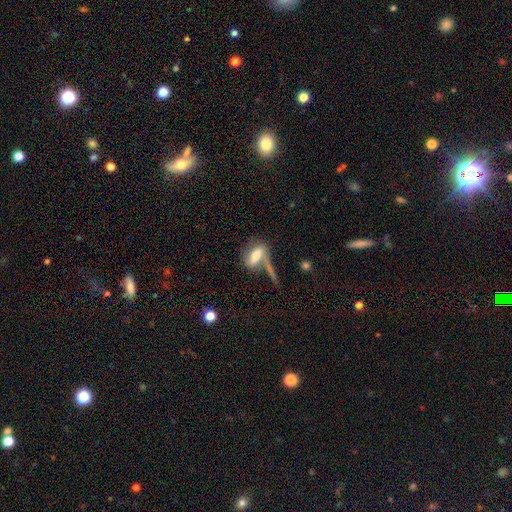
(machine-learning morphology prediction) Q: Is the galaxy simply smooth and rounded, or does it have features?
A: smooth — 55%.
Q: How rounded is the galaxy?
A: in between — 74%.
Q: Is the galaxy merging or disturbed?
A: none — 39%.